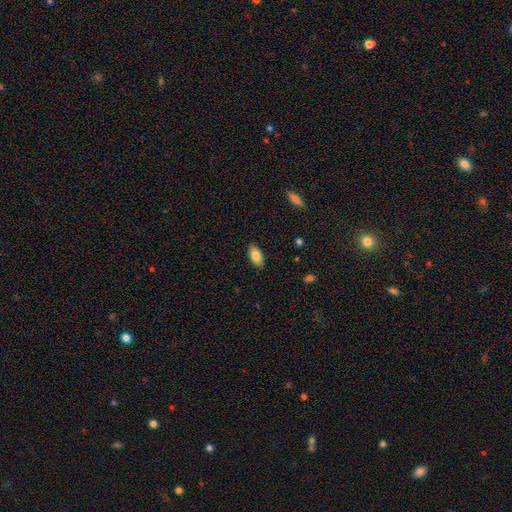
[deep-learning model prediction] A smooth galaxy with no disk features (80%) that is in between round and cigar-shaped (92%). Merging: none (89%).